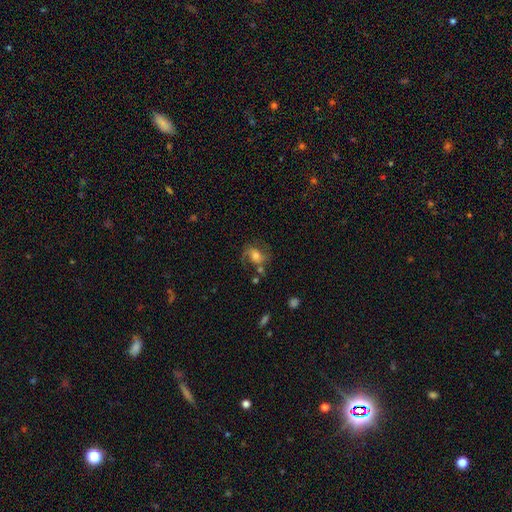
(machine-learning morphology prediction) smooth_or_featured: featured or disk (p=0.56) [alt: smooth p=0.34]
disk_edge_on: no (p=0.97) [alt: yes p=0.03]
bar: no (p=0.58) [alt: weak p=0.32]
has_spiral_arms: yes (p=0.87) [alt: no p=0.13]
bulge_size: moderate (p=0.55) [alt: large p=0.23]
merging: none (p=0.56) [alt: minor disturbance p=0.20]